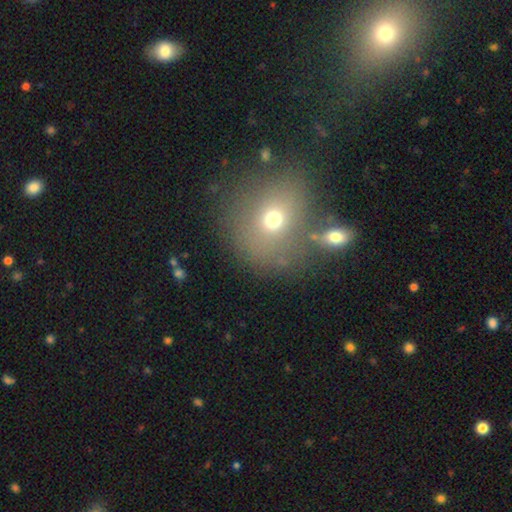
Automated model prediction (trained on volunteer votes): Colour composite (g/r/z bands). It shows a smooth galaxy with no disk features (59%) that is round (83%). Merging: none (58%).